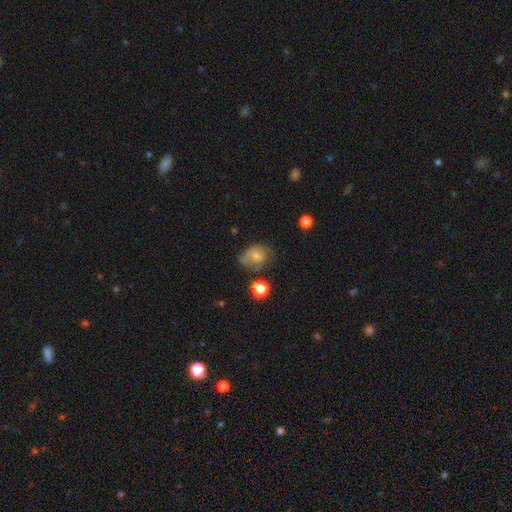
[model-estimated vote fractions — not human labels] This appears to be a smooth galaxy with no disk features (63%) that is in between round and cigar-shaped (60%). Merging: none (39%).